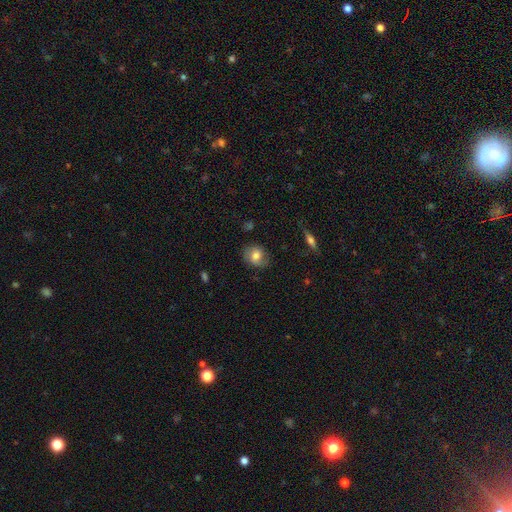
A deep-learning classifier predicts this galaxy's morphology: This is likely a smooth galaxy (66%). How rounded: likely round (67%). Merging: likely none (77%).